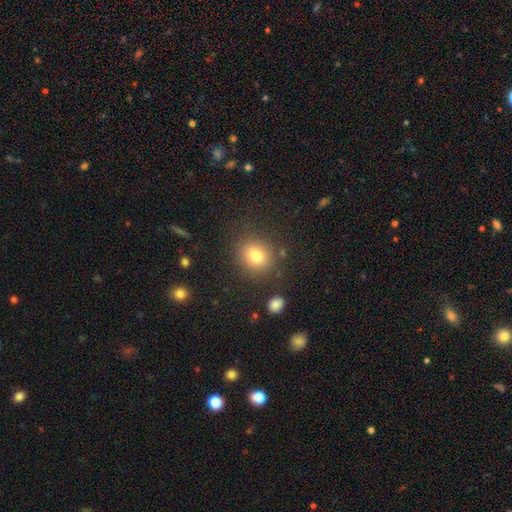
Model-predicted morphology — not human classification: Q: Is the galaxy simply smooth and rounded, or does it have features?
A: smooth — 79%.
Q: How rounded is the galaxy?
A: round — 72%.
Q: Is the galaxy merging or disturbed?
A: none — 83%.